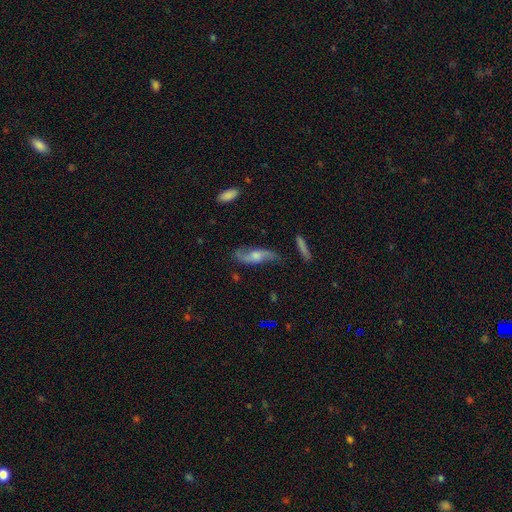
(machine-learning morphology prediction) This is likely a featured or disk galaxy (73%). It is clearly not viewed edge-on (83%). Bar: possibly no (59%). Spiral arm pattern: clearly yes (91%). Spiral arm count: clearly 2 (89%). Spiral winding: likely loose (71%). Central bulge: possibly moderate (56%). Merging: likely none (71%).